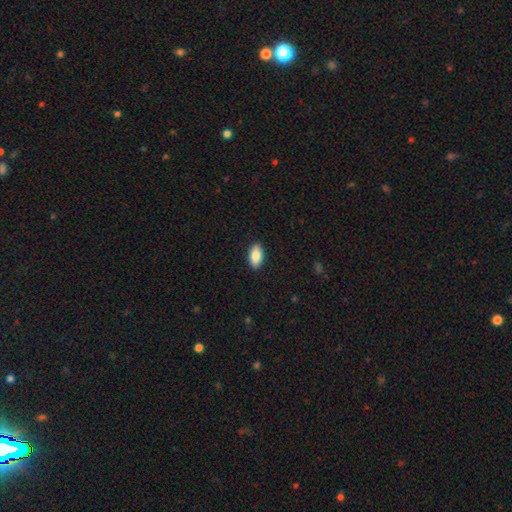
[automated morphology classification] A smooth galaxy with no disk features (86%) that is in between round and cigar-shaped (88%). Merging: none (90%).